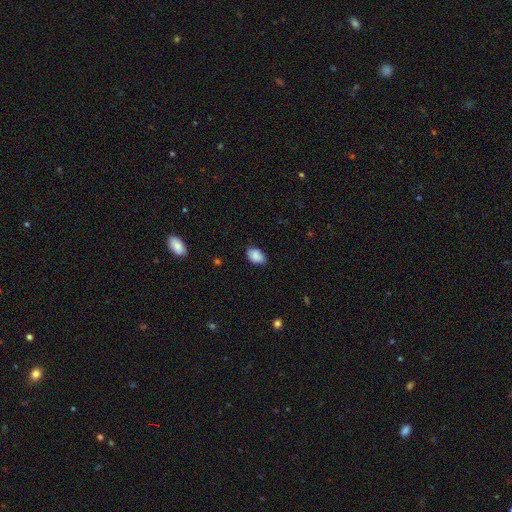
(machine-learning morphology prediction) Smooth or featured? smooth (87%)
How rounded? in between (87%)
Merging? none (76%)